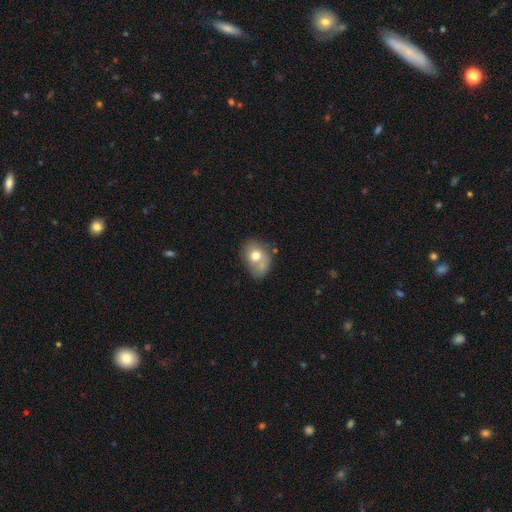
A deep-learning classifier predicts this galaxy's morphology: Overall: smooth (70%). How rounded: in between (64%; round 35%). Merging: none (39%; minor disturbance 27%).